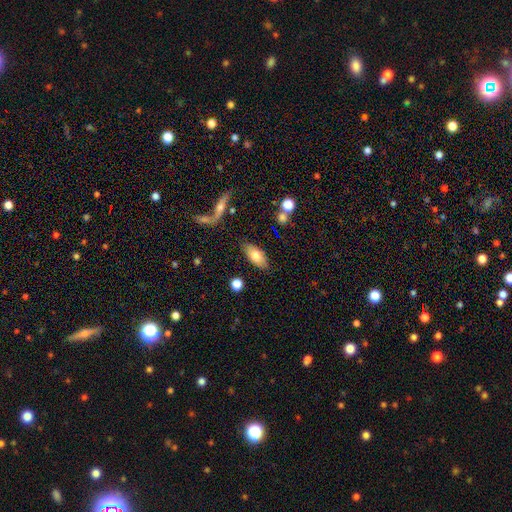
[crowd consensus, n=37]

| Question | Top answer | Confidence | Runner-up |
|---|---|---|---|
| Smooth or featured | smooth | 81% | featured or disk (14%) |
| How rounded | in between | 93% | round (3%) |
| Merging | none | 66% | merger (23%) |